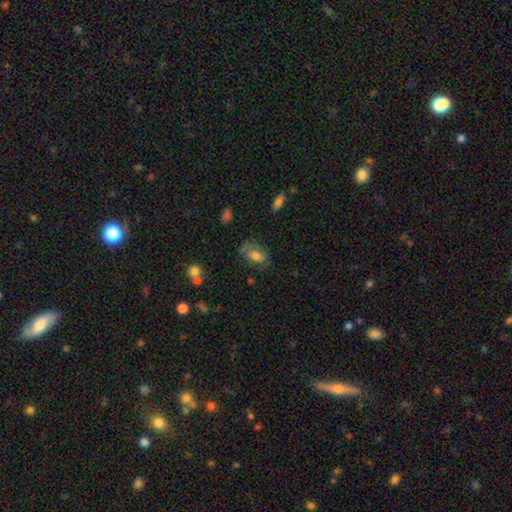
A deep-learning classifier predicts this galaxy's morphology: A smooth galaxy with no disk features (59%) that is in between round and cigar-shaped (82%).

Vote fractions:
- Smooth or featured? smooth: 59% / featured or disk: 31% / star or artifact: 9%
- How rounded? in between: 82% / round: 16% / cigar-shaped: 2%
- Merging? none: 59% / minor disturbance: 24% / major disturbance: 13% / merger: 3%